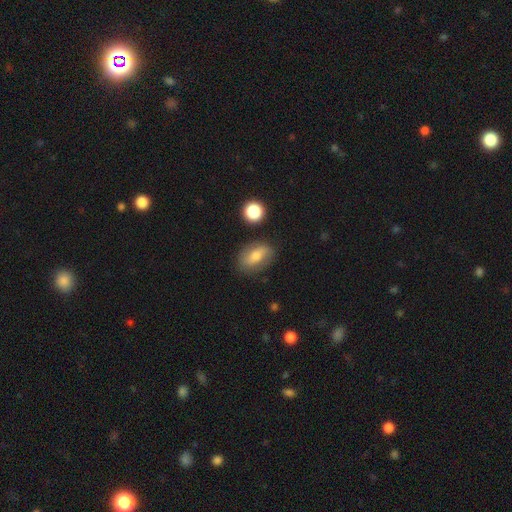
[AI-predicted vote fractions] Overall: smooth (62%; featured or disk 30%). How rounded: in between (81%). Merging: none (77%).